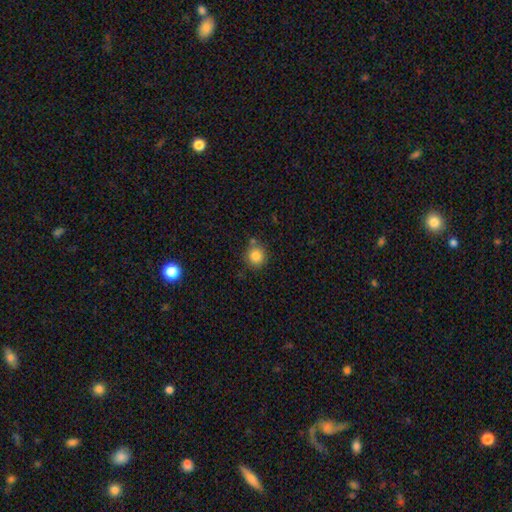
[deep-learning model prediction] smooth-or-featured: smooth: 84% | star or artifact: 10% | featured or disk: 6%
  how-rounded: round: 90% | in between: 9% | cigar-shaped: 1%
  merging: none: 75% | minor disturbance: 12% | merger: 10% | major disturbance: 3%